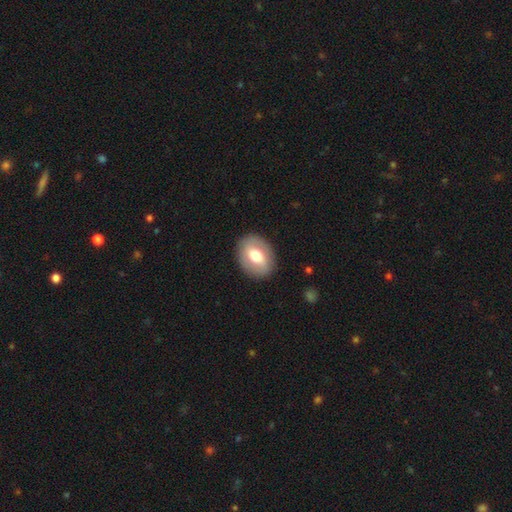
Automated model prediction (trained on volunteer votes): Q: Smooth or featured?
A: smooth (59%); runner-up: featured or disk (35%)
Q: How rounded?
A: in between (66%); runner-up: round (33%)
Q: Merging?
A: none (87%); runner-up: minor disturbance (9%)